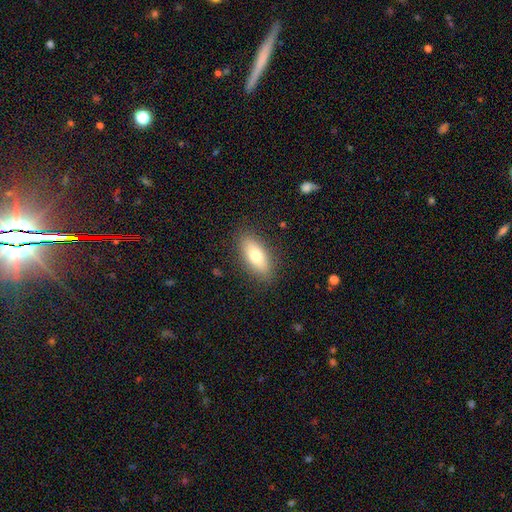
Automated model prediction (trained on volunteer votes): Smooth or featured: smooth — 73% (featured or disk — 20%)
How rounded: in between — 79% (cigar-shaped — 18%)
Merging: none — 87% (minor disturbance — 9%)